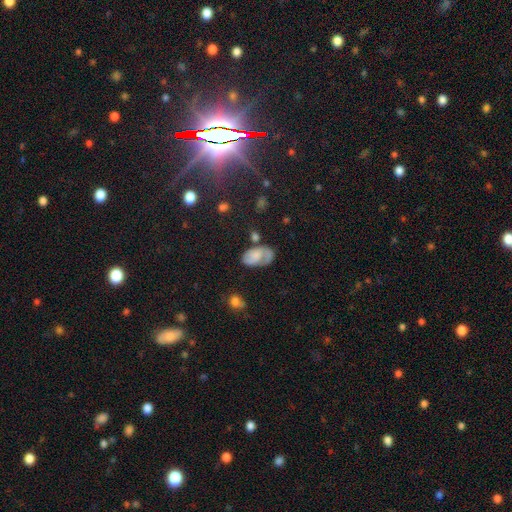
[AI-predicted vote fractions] Overall: smooth (46%; featured or disk 45%). Merging: none (46%; minor disturbance 27%).